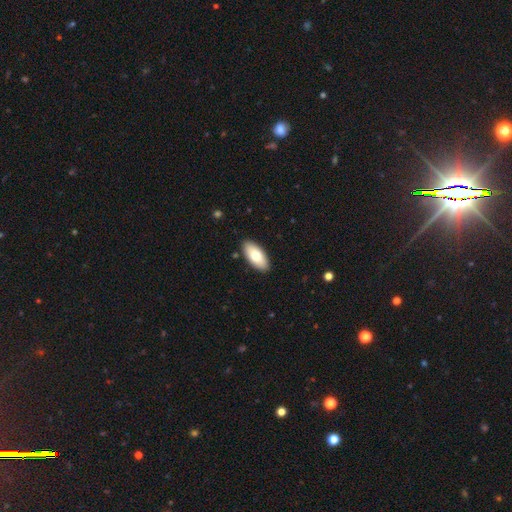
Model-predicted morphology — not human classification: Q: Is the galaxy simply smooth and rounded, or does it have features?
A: smooth — 75%.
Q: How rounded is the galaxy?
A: in between — 90%.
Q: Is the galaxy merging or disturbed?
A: none — 90%.